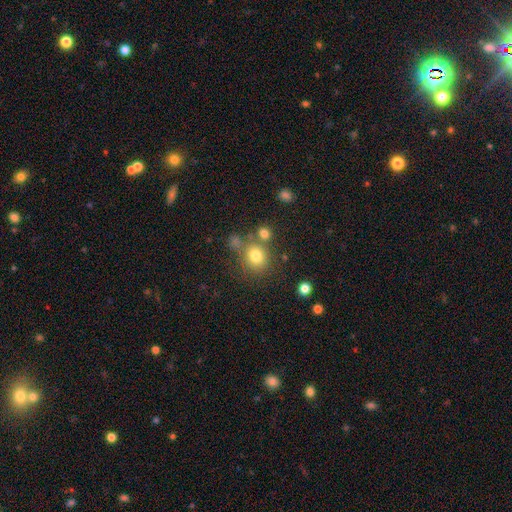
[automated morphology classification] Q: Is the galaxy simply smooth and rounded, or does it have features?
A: smooth — 77%.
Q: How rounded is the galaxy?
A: round — 79%.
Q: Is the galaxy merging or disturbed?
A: none — 65%.